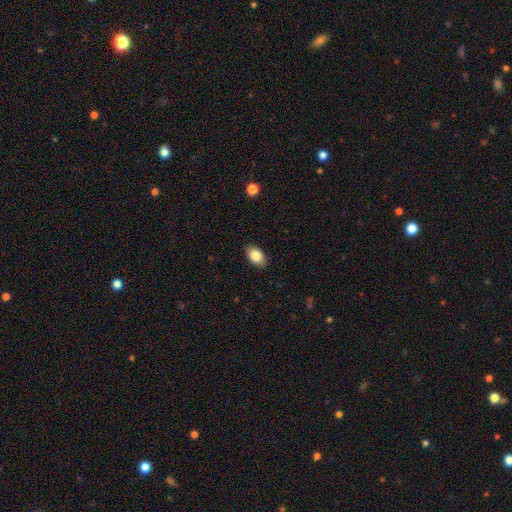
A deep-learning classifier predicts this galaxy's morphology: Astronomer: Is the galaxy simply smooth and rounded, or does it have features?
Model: smooth — 85%.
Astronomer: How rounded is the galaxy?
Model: in between — 89%.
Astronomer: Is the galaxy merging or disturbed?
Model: none — 87%.